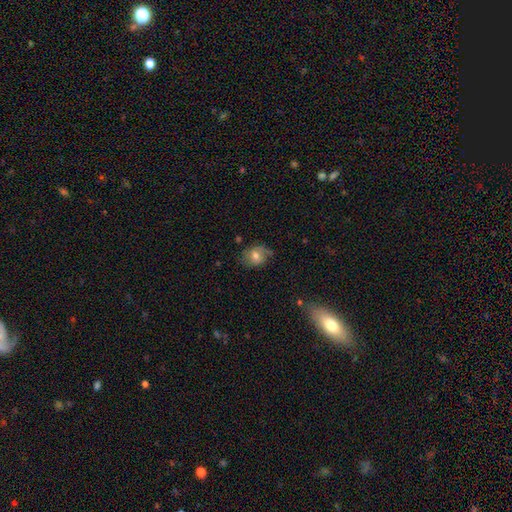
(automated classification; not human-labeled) The model was most divided on "how rounded": in between: 55%, round: 44%, cigar-shaped: 1%. More confident: merging — none (61%); smooth or featured — smooth (56%).